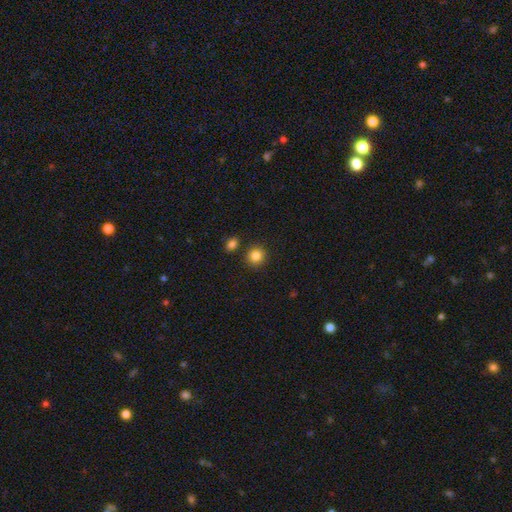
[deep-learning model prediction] Smooth or featured? smooth (85%)
How rounded? round (87%)
Merging? none (85%)